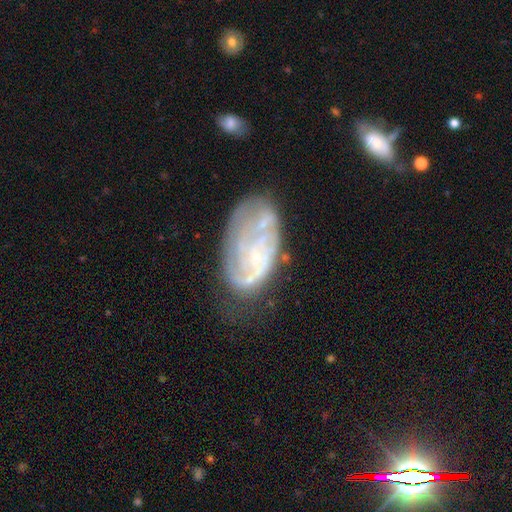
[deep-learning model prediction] This appears to be a featured or disk galaxy (78%) with no bar (72%), tight (53%) spiral arms (81%) and a small central bulge (80%). Merging: none (48%).